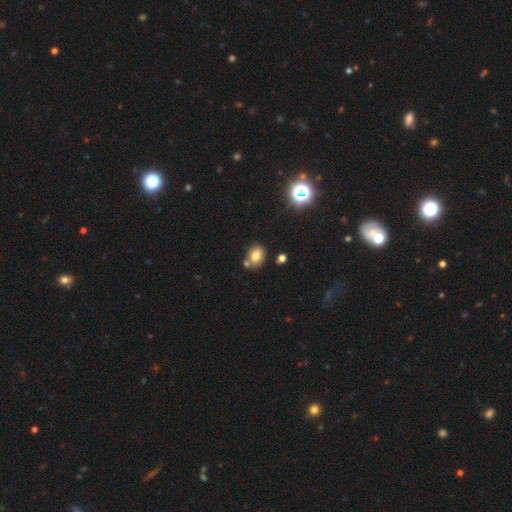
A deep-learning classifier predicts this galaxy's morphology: This appears to be a smooth galaxy with no disk features (78%) that is in between round and cigar-shaped (54%). Merging: none (65%).